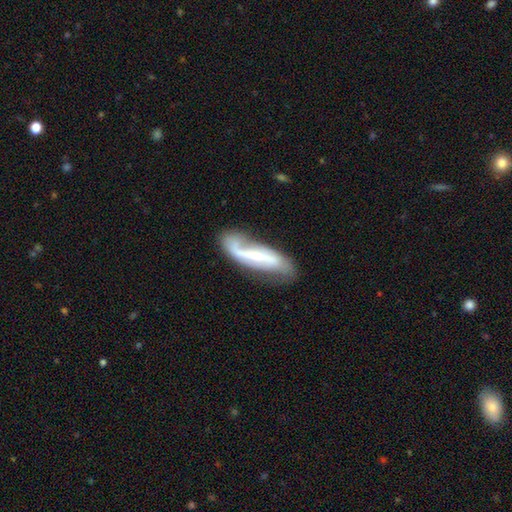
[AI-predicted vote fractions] featured or disk 72%, smooth 21%, star or artifact 6%. Down the decision tree: edge-on disk — no (84%); bar — strong (46%); spiral arms — yes (86%); spiral arm count — 2 (70%); spiral winding — loose (58%); bulge size — small (62%); merging — none (57%).